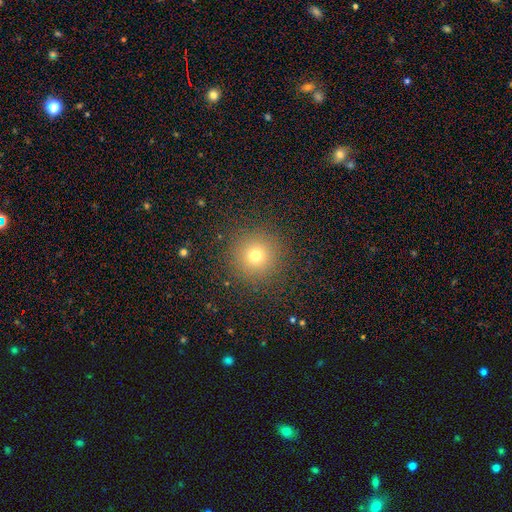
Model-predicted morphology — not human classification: smooth-or-featured: smooth: 72% | star or artifact: 19% | featured or disk: 9%
  how-rounded: round: 96% | in between: 3% | cigar-shaped: 1%
  merging: none: 90% | minor disturbance: 6% | major disturbance: 3% | merger: 1%